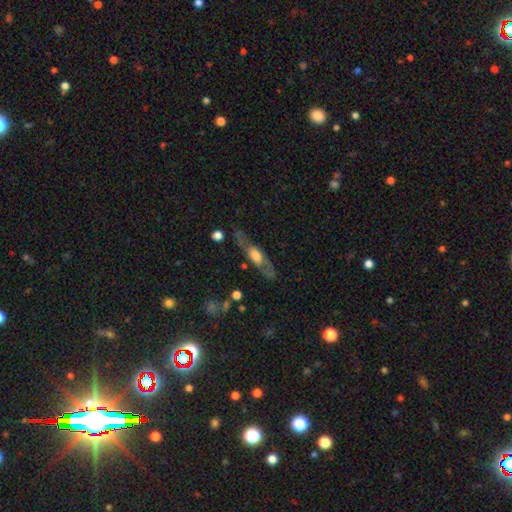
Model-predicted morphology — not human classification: smooth_or_featured: featured or disk (p=0.59) [alt: smooth p=0.34]
disk_edge_on: yes (p=0.61) [alt: no p=0.39]
merging: none (p=0.68) [alt: minor disturbance p=0.19]